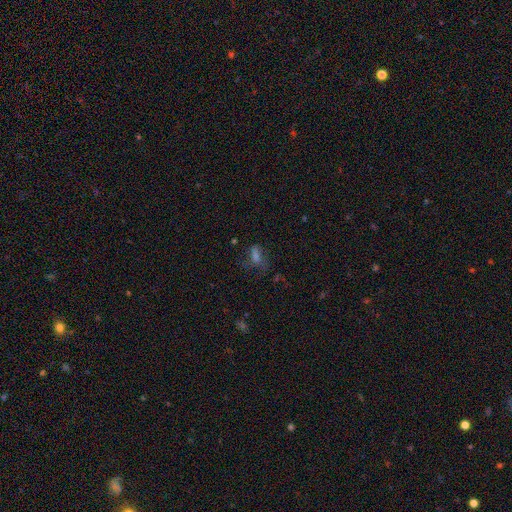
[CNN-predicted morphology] smooth 40%, star or artifact 34%, featured or disk 26%. Down the decision tree: merging — none (51%).